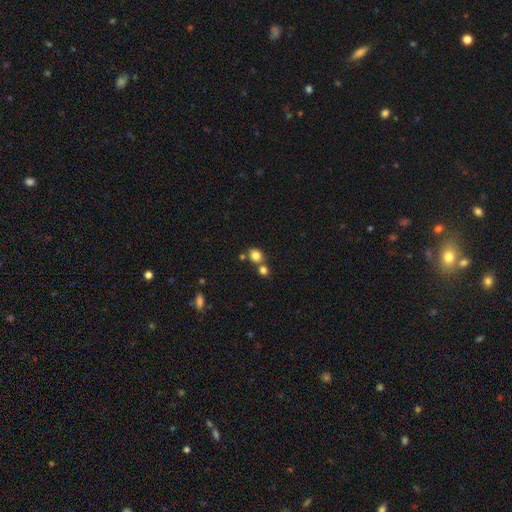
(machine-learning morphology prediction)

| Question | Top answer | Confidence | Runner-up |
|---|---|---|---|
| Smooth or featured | smooth | 81% | star or artifact (12%) |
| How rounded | round | 74% | in between (25%) |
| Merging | none | 60% | merger (28%) |